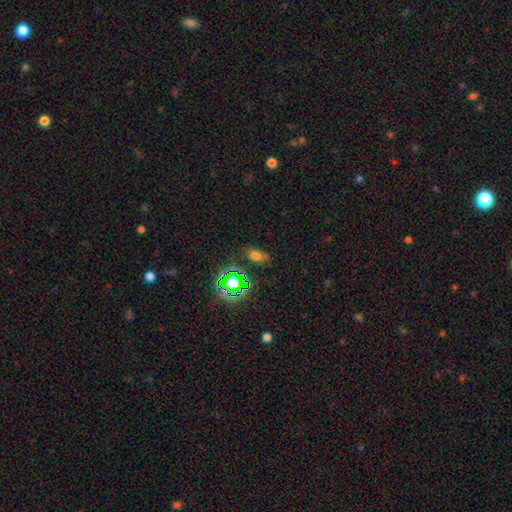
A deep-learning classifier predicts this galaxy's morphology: Q: Smooth or featured?
A: smooth (56%); runner-up: star or artifact (32%)
Q: How rounded?
A: in between (79%); runner-up: round (17%)
Q: Merging?
A: none (70%); runner-up: minor disturbance (20%)